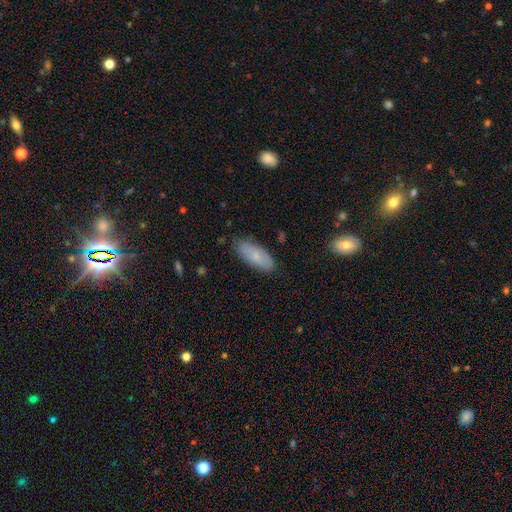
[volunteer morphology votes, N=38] A smooth galaxy with no disk features (84%) that is in between round and cigar-shaped (72%). Merging: none (83%).